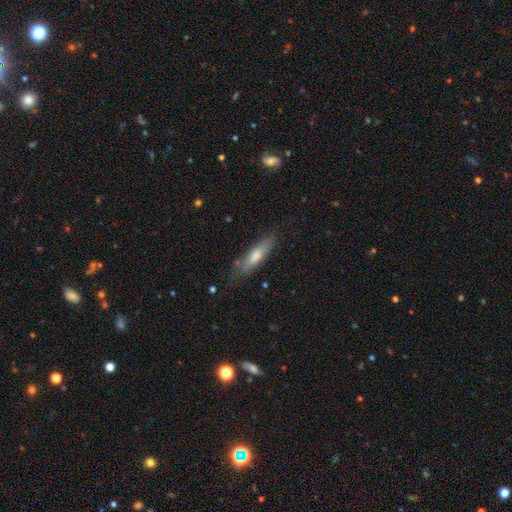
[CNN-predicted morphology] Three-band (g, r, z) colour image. It shows a smooth galaxy with no disk features (60%) that is cigar-shaped (77%). Merging: none (77%).